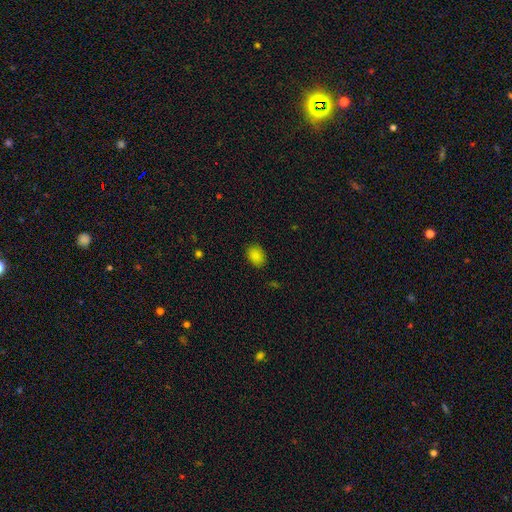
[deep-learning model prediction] smooth 86%, star or artifact 11%, featured or disk 4%. Down the decision tree: how rounded — in between (74%); merging — none (86%).